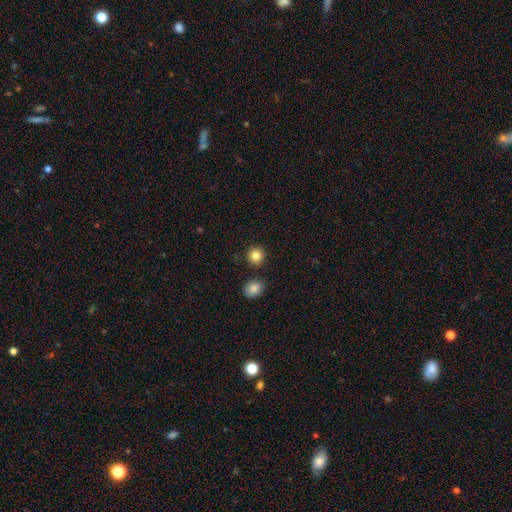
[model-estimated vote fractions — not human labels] This appears to be a smooth galaxy with no disk features (84%) that is round (91%). Merging: none (87%).